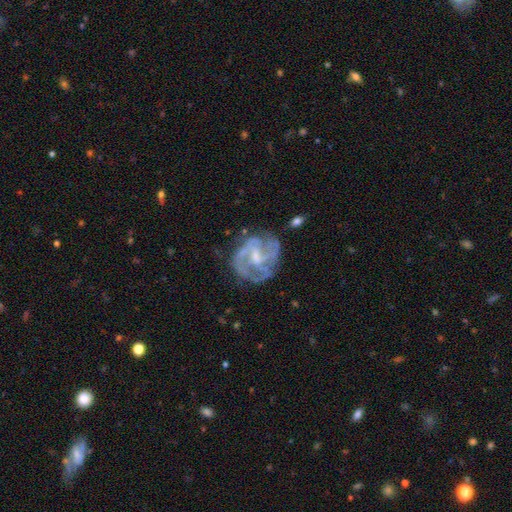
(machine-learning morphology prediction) Q: Smooth or featured?
A: featured or disk (83%); runner-up: smooth (11%)
Q: Edge-on disk?
A: no (98%); runner-up: yes (2%)
Q: Bar?
A: weak (53%); runner-up: no (30%)
Q: Spiral arms?
A: yes (88%); runner-up: no (12%)
Q: Spiral winding?
A: tight (43%); tied with: medium (43%)
Q: Spiral arm count?
A: 3 (30%); runner-up: can't tell (27%)
Q: Bulge size?
A: small (38%); runner-up: moderate (37%)
Q: Merging?
A: none (62%); runner-up: minor disturbance (20%)